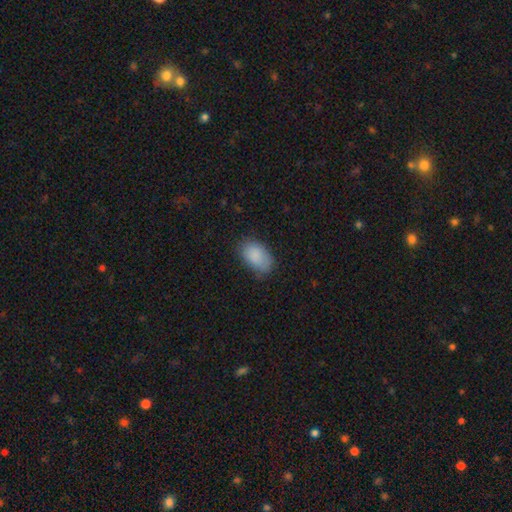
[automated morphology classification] Q: Smooth or featured?
A: smooth (87%); runner-up: star or artifact (7%)
Q: How rounded?
A: in between (91%); runner-up: round (7%)
Q: Merging?
A: none (69%); runner-up: minor disturbance (24%)